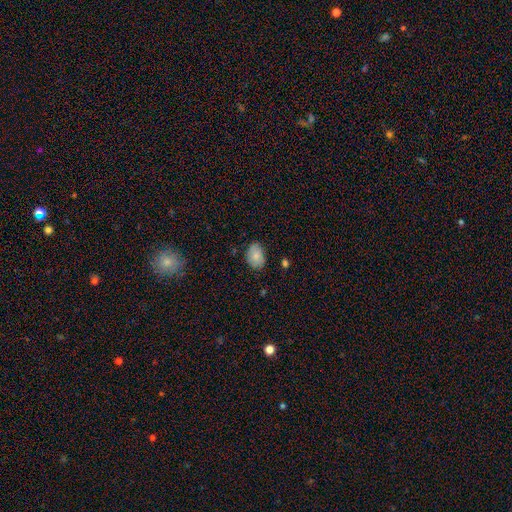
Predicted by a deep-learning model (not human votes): Smooth or featured? smooth (82%)
How rounded? in between (81%)
Merging? none (76%)